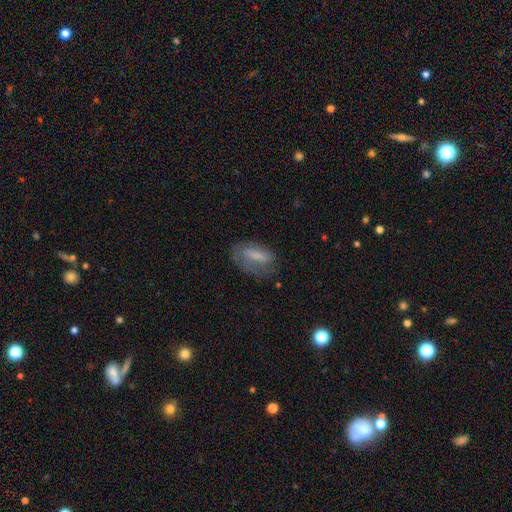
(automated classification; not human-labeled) smooth-or-featured: smooth: 58% | featured or disk: 33% | star or artifact: 9%
  how-rounded: in between: 79% | cigar-shaped: 16% | round: 6%
  merging: none: 56% | minor disturbance: 25% | major disturbance: 17% | merger: 2%